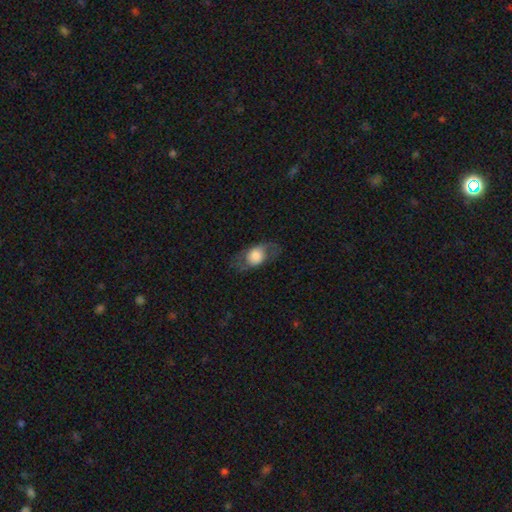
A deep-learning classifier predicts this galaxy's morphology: This appears to be a smooth galaxy with no disk features (53%) that is in between round and cigar-shaped (68%). Merging: none (69%).